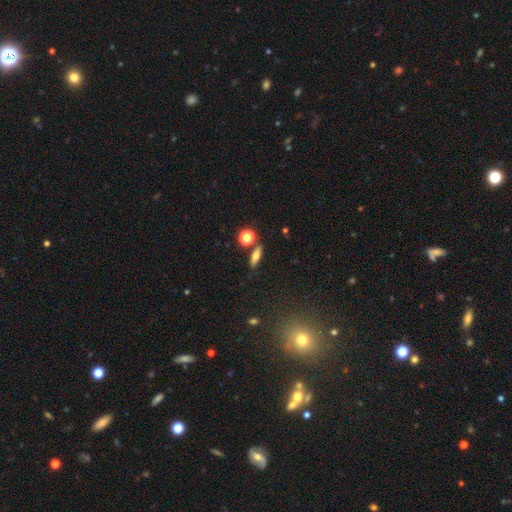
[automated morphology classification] Smooth or featured?
  - smooth: 68% *
  - featured or disk: 21%
  - star or artifact: 11%
How rounded?
  - in between: 50% *
  - cigar-shaped: 38%
  - round: 11%
Merging?
  - none: 77% *
  - minor disturbance: 11%
  - merger: 8%
  - major disturbance: 3%